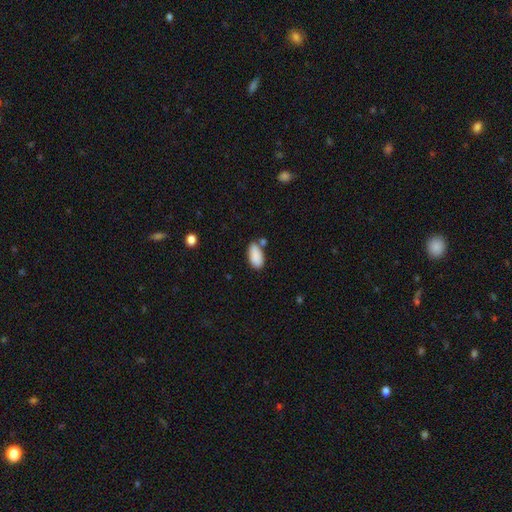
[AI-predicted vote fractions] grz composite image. It shows a smooth galaxy with no disk features (88%) that is in between round and cigar-shaped (91%). Merging: none (64%).